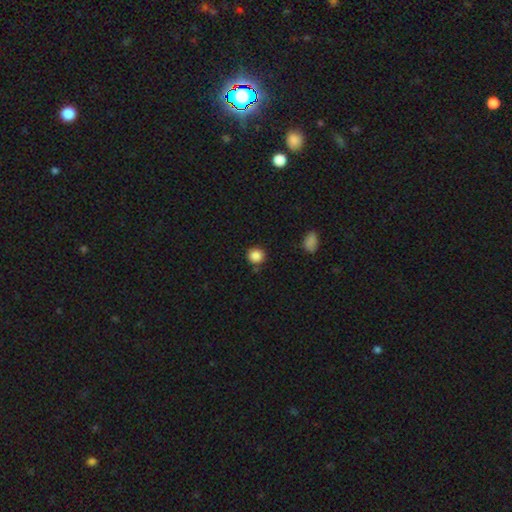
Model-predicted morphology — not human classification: smooth_or_featured: smooth (p=0.87) [alt: star or artifact p=0.10]
how_rounded: round (p=0.90) [alt: in between p=0.09]
merging: none (p=0.85) [alt: minor disturbance p=0.09]